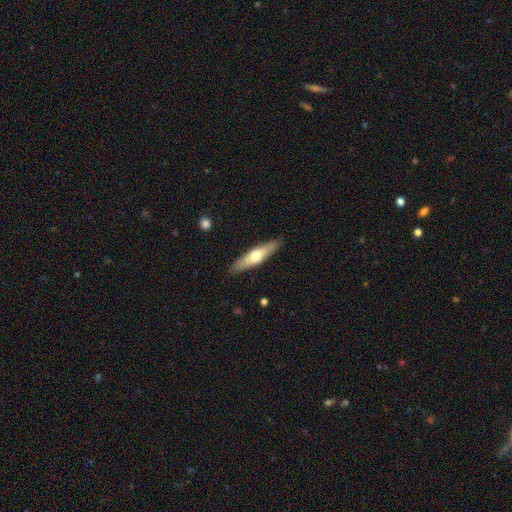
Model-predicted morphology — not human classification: Overall: smooth (49%; featured or disk 46%). Merging: none (89%).